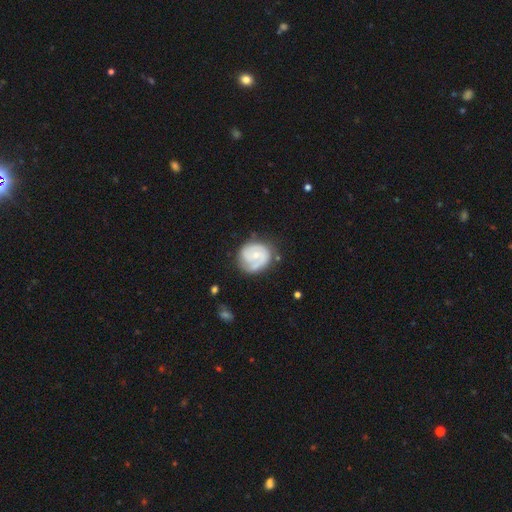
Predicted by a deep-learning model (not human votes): Q: Smooth or featured?
A: featured or disk (70%); runner-up: smooth (24%)
Q: Edge-on disk?
A: no (98%); runner-up: yes (2%)
Q: Bar?
A: no (61%); runner-up: weak (34%)
Q: Spiral arms?
A: yes (90%); runner-up: no (10%)
Q: Spiral winding?
A: tight (52%); runner-up: medium (35%)
Q: Spiral arm count?
A: 2 (54%); runner-up: 1 (20%)
Q: Bulge size?
A: small (60%); runner-up: moderate (32%)
Q: Merging?
A: none (67%); runner-up: minor disturbance (22%)